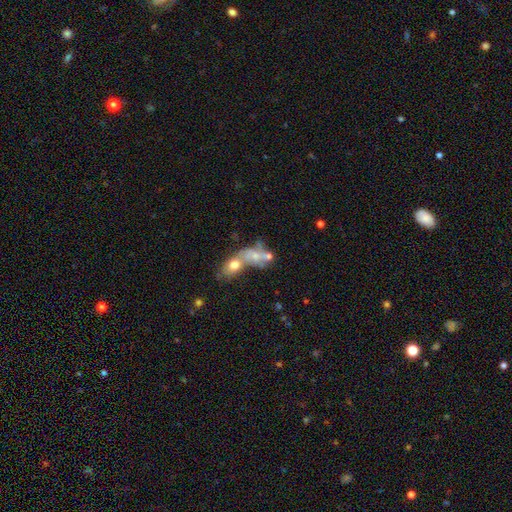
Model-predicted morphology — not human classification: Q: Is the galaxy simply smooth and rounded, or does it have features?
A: smooth — 46%.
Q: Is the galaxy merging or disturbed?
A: merger — 62%.